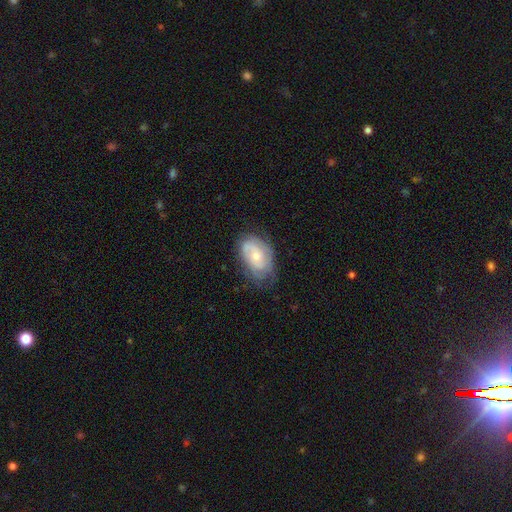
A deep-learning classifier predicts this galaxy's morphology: Q: Smooth or featured?
A: featured or disk (60%); runner-up: smooth (33%)
Q: Edge-on disk?
A: no (96%); runner-up: yes (4%)
Q: Bar?
A: no (74%); runner-up: weak (22%)
Q: Spiral arms?
A: yes (80%); runner-up: no (20%)
Q: Bulge size?
A: small (56%); runner-up: moderate (40%)
Q: Merging?
A: none (62%); runner-up: minor disturbance (26%)